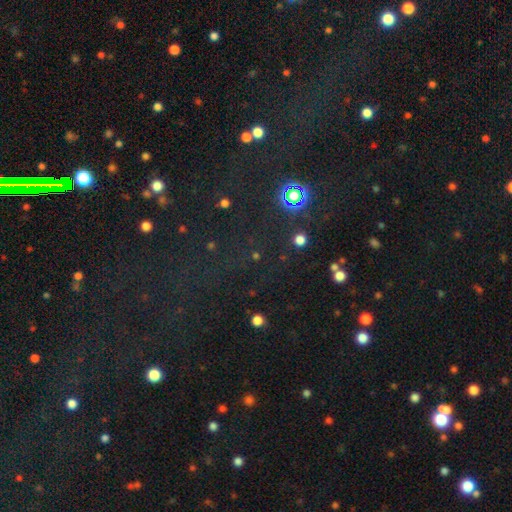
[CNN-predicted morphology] smooth-or-featured: star or artifact: 68% | smooth: 23% | featured or disk: 8%